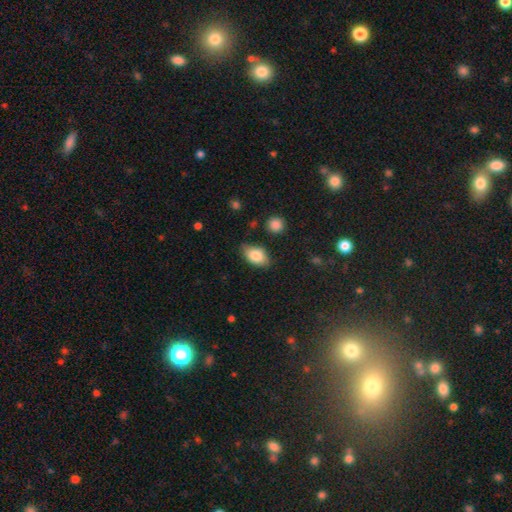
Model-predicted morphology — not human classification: A smooth galaxy with no disk features (83%) that is in between round and cigar-shaped (89%).

Vote fractions:
- Smooth or featured? smooth: 83% / featured or disk: 10% / star or artifact: 7%
- How rounded? in between: 89% / round: 9% / cigar-shaped: 2%
- Merging? none: 76% / minor disturbance: 18% / major disturbance: 3% / merger: 2%